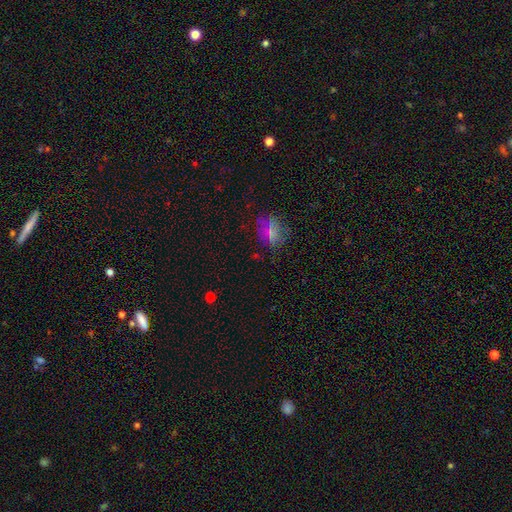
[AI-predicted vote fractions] Morphology: type=smooth (53%); roundness=round (57%); merging=none (77%).